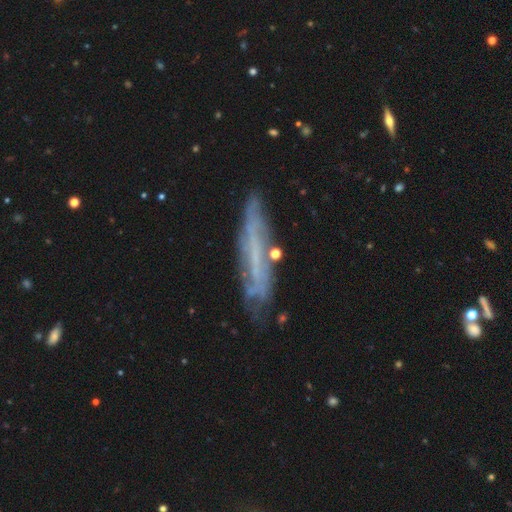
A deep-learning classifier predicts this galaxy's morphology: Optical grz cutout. It shows a featured or disk galaxy (57%) viewed edge-on (55%). Merging: none (69%).